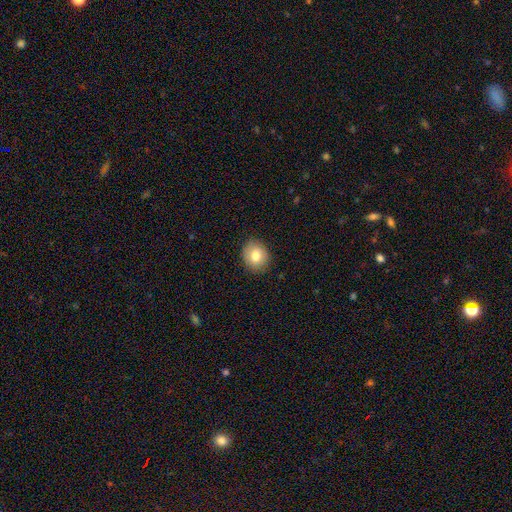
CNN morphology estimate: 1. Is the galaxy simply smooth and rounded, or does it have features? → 80% smooth, 11% featured or disk, 9% star or artifact.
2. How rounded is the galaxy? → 65% round, 35% in between, 1% cigar-shaped.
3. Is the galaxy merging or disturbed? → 88% none, 9% minor disturbance, 2% major disturbance, 1% merger.